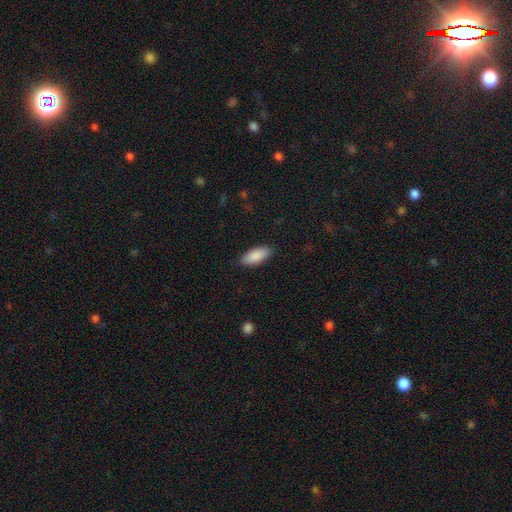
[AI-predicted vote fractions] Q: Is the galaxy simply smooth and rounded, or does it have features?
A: smooth — 89%.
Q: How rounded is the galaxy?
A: in between — 85%.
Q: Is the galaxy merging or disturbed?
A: none — 87%.